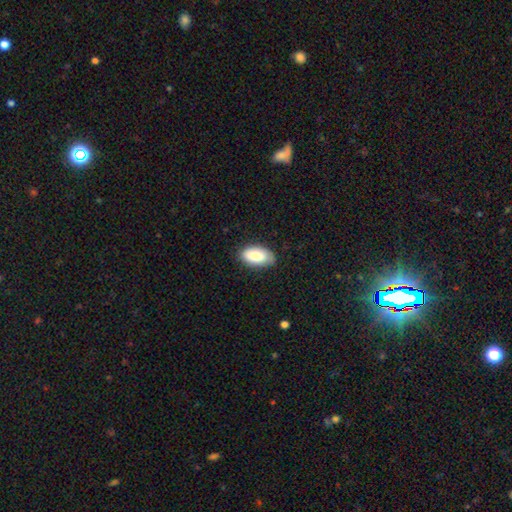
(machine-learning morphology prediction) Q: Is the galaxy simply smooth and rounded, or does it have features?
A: smooth — 79%.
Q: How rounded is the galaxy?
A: in between — 94%.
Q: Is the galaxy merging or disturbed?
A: none — 81%.